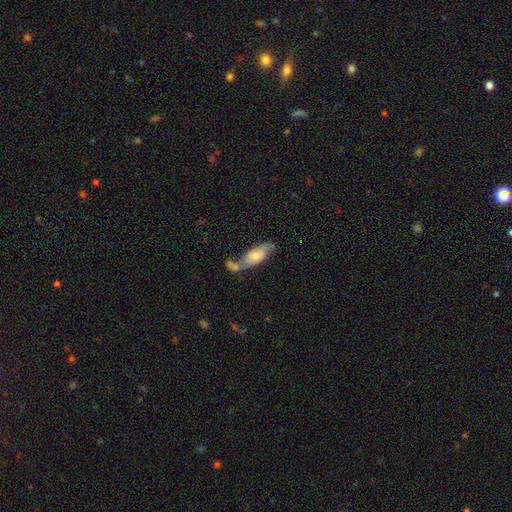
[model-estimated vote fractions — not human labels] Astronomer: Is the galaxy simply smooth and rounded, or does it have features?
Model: smooth — 53% (runner-up: featured or disk, 41%).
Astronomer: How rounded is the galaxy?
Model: in between — 73%.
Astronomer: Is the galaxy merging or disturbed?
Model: merger — 38% (runner-up: none, 35%).